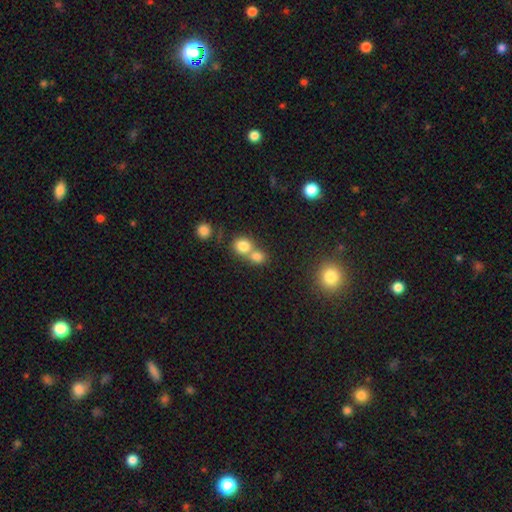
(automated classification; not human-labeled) This is possibly a smooth galaxy (51%). How rounded: likely round (77%). Merging: likely none (66%).